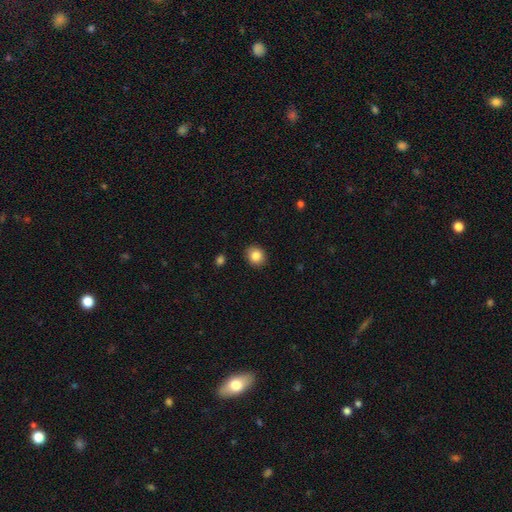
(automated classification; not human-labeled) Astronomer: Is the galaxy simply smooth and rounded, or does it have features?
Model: smooth — 85%.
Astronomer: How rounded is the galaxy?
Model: round — 68%.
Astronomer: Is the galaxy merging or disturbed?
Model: none — 90%.